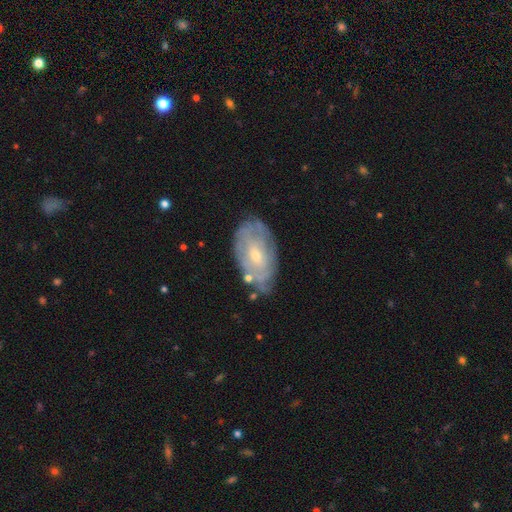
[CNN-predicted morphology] Q: Smooth or featured?
A: featured or disk (64%); runner-up: smooth (29%)
Q: Edge-on disk?
A: no (93%); runner-up: yes (7%)
Q: Bar?
A: no (63%); runner-up: weak (31%)
Q: Spiral arms?
A: yes (60%); runner-up: no (40%)
Q: Bulge size?
A: small (58%); runner-up: moderate (38%)
Q: Merging?
A: none (68%); runner-up: minor disturbance (22%)